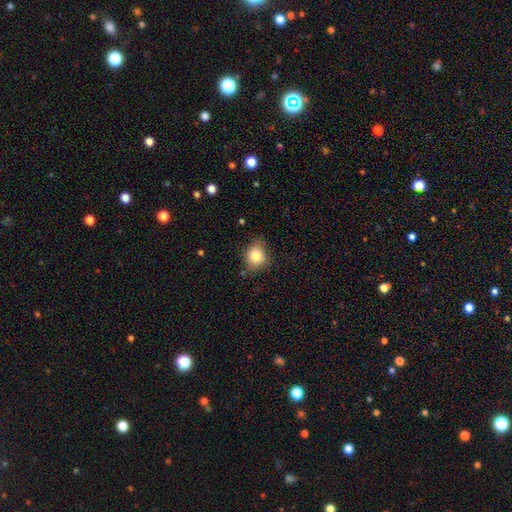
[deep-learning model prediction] This is clearly a smooth galaxy (82%). How rounded: likely round (65%). Merging: likely none (73%).